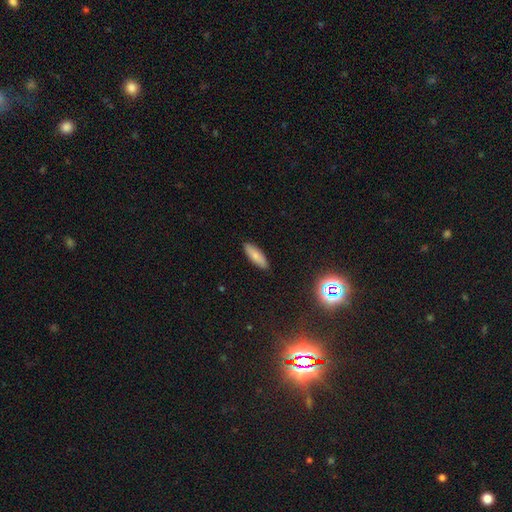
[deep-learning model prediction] Overall: smooth (76%). How rounded: in between (55%; cigar-shaped 42%). Merging: none (88%).